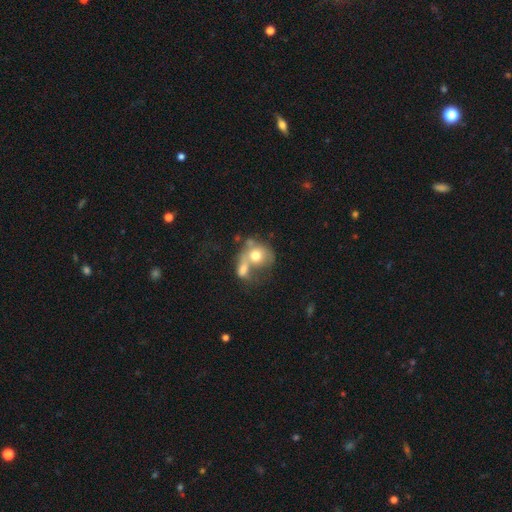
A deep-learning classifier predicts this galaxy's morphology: smooth-or-featured: smooth: 62% | featured or disk: 29% | star or artifact: 9%
  how-rounded: round: 63% | in between: 35% | cigar-shaped: 1%
  merging: merger: 62% | none: 17% | major disturbance: 11% | minor disturbance: 10%